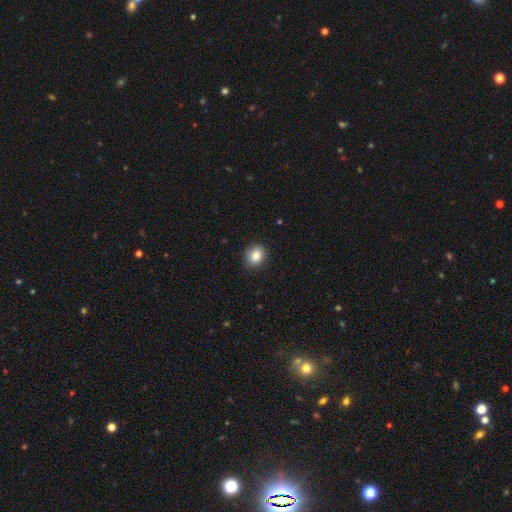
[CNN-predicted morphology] Smooth or featured: smooth — 86% (star or artifact — 9%)
How rounded: round — 70% (in between — 29%)
Merging: none — 88% (minor disturbance — 8%)